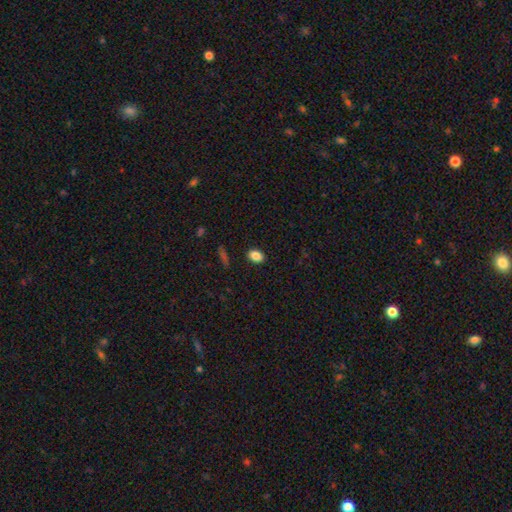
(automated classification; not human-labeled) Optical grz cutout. It shows a smooth galaxy with no disk features (86%) that is in between round and cigar-shaped (77%). Merging: none (89%).